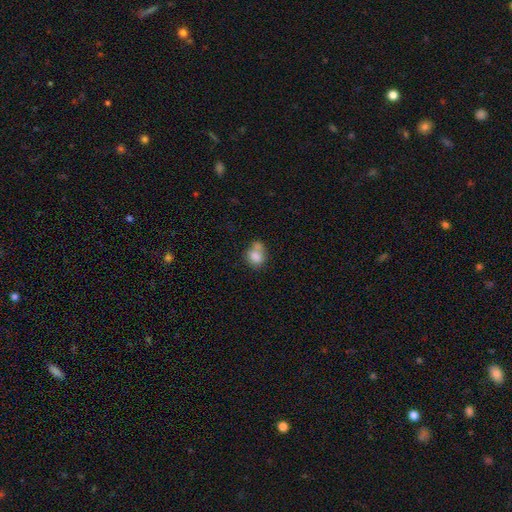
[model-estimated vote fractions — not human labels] Q: Smooth or featured?
A: smooth (79%); runner-up: featured or disk (11%)
Q: How rounded?
A: round (54%); runner-up: in between (45%)
Q: Merging?
A: merger (40%); runner-up: none (36%)